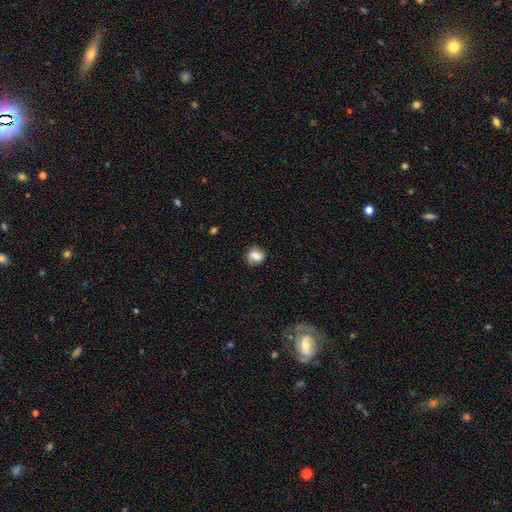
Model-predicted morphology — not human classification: Smooth or featured?
  - smooth: 79% *
  - featured or disk: 12%
  - star or artifact: 9%
How rounded?
  - round: 64% *
  - in between: 35%
  - cigar-shaped: 1%
Merging?
  - none: 72% *
  - minor disturbance: 19%
  - major disturbance: 5%
  - merger: 3%